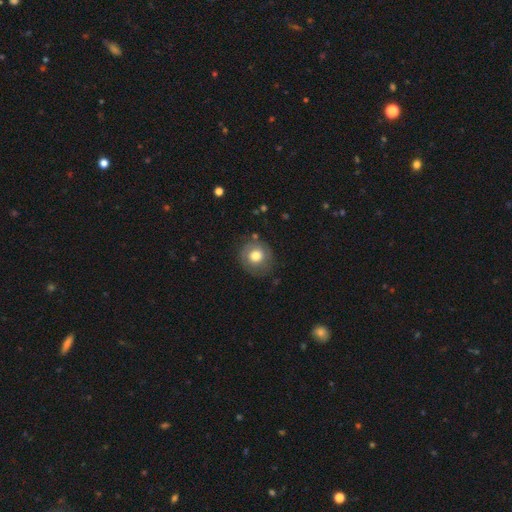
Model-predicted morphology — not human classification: Q: Smooth or featured?
A: smooth (68%); runner-up: featured or disk (23%)
Q: How rounded?
A: round (89%); runner-up: in between (10%)
Q: Merging?
A: none (77%); runner-up: minor disturbance (15%)